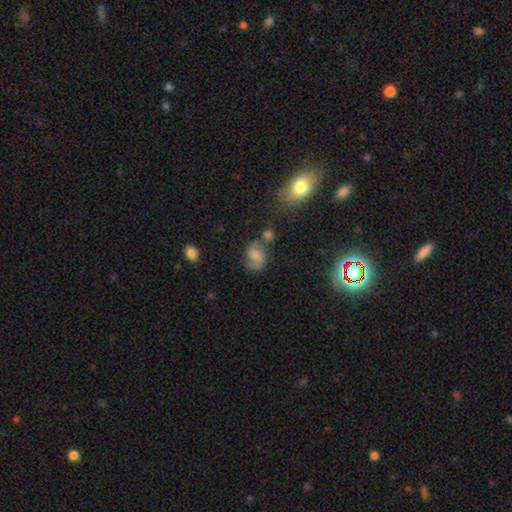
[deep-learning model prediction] This is marginally a smooth galaxy (45%). Merging: possibly none (55%).